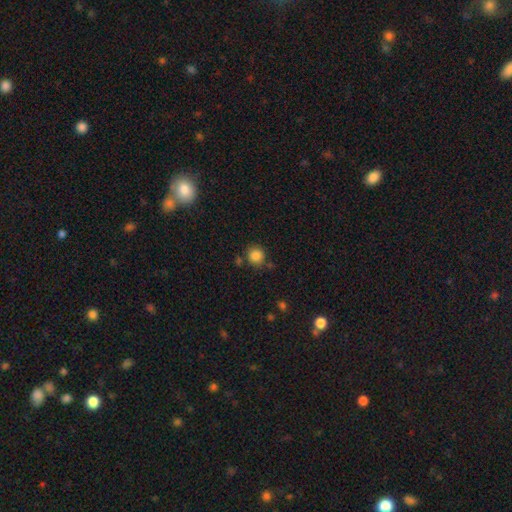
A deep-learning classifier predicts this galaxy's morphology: This appears to be a smooth galaxy with no disk features (85%) that is round (88%). Merging: none (78%).